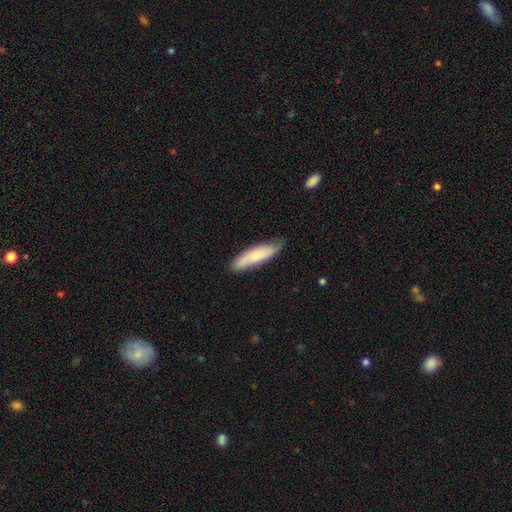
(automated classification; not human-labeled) This appears to be a smooth galaxy with no disk features (70%) that is cigar-shaped (66%). Merging: none (75%).